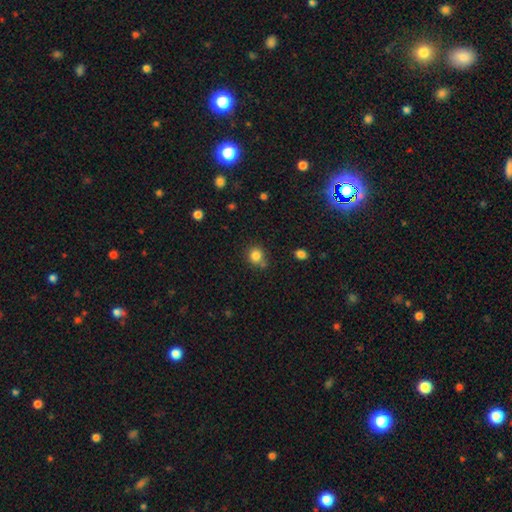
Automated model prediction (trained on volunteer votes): Overall: smooth (83%). How rounded: round (86%). Merging: none (70%).